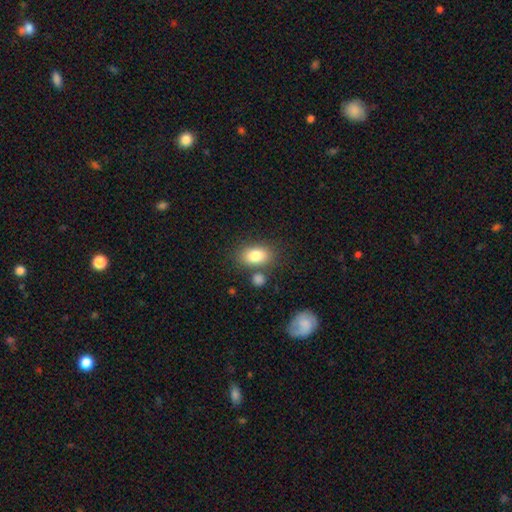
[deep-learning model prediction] smooth 82%, featured or disk 10%, star or artifact 8%. Down the decision tree: how rounded — in between (84%); merging — none (70%).